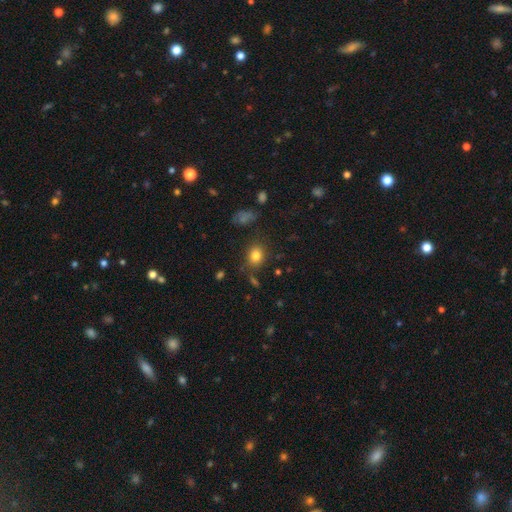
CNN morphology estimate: This is clearly a smooth galaxy (81%). How rounded: possibly round (55%). Merging: likely none (80%).